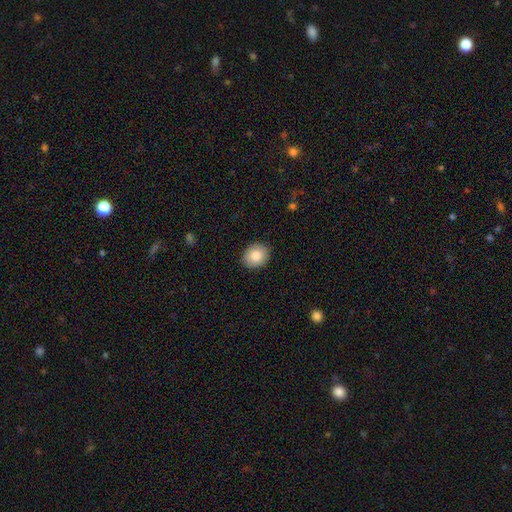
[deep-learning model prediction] Smooth or featured? smooth (85%)
How rounded? round (55%)
Merging? none (88%)